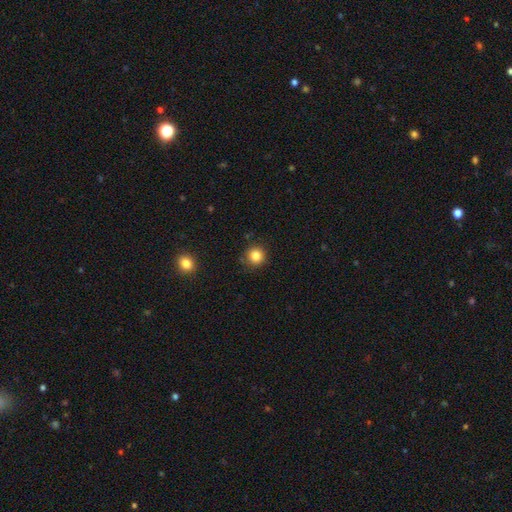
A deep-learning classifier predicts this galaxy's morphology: A smooth galaxy with no disk features (84%) that is round (93%). Merging: none (85%).